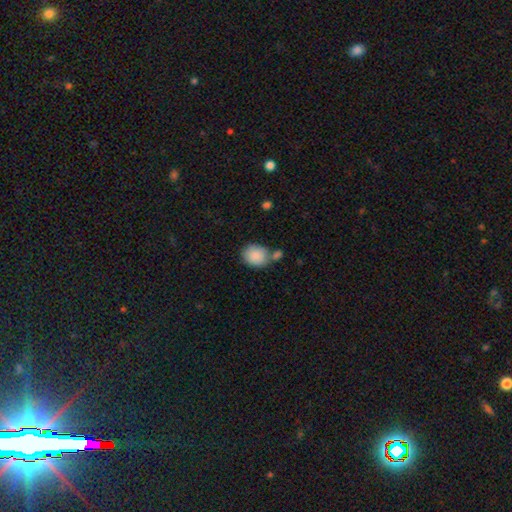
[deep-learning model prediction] smooth 88%, star or artifact 7%, featured or disk 5%. Down the decision tree: how rounded — round (58%); merging — none (58%).